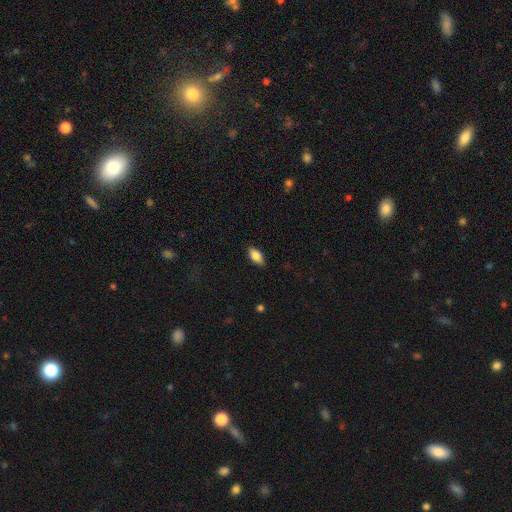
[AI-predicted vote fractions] Q: Smooth or featured?
A: smooth (81%); runner-up: featured or disk (12%)
Q: How rounded?
A: in between (89%); runner-up: cigar-shaped (7%)
Q: Merging?
A: none (86%); runner-up: minor disturbance (11%)